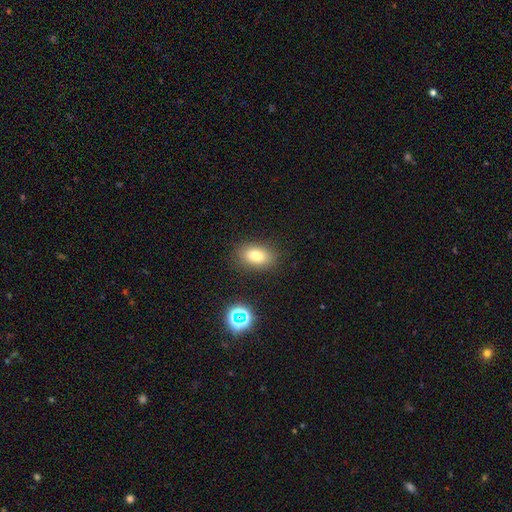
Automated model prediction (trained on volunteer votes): This is likely a smooth galaxy (78%). How rounded: clearly in between (87%). Merging: clearly none (85%).